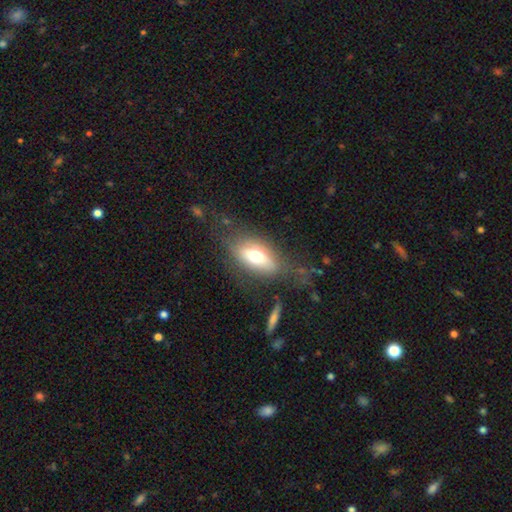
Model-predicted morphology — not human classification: type=smooth (59%); roundness=in between (83%); merging=none (61%).